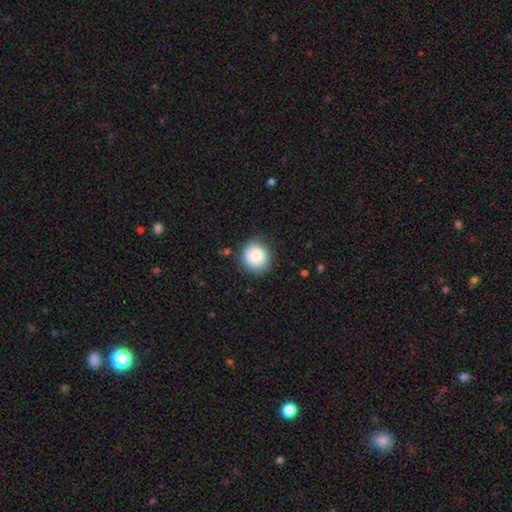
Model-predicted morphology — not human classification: Q: Smooth or featured?
A: smooth (77%); runner-up: featured or disk (16%)
Q: How rounded?
A: round (88%); runner-up: in between (11%)
Q: Merging?
A: none (79%); runner-up: minor disturbance (15%)